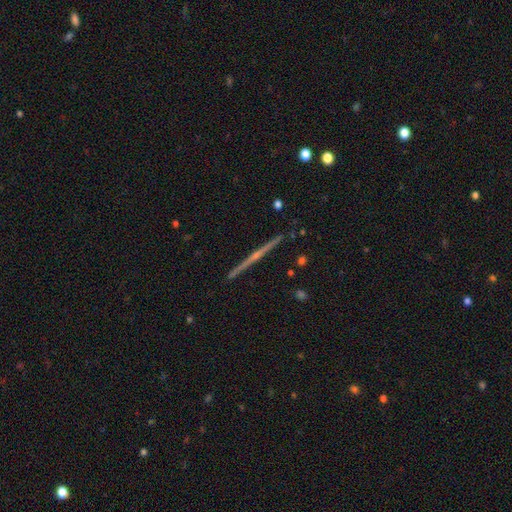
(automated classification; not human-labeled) This appears to be a featured or disk galaxy (83%) viewed edge-on (99%) with a rounded central bulge (70%). Merging: none (93%).